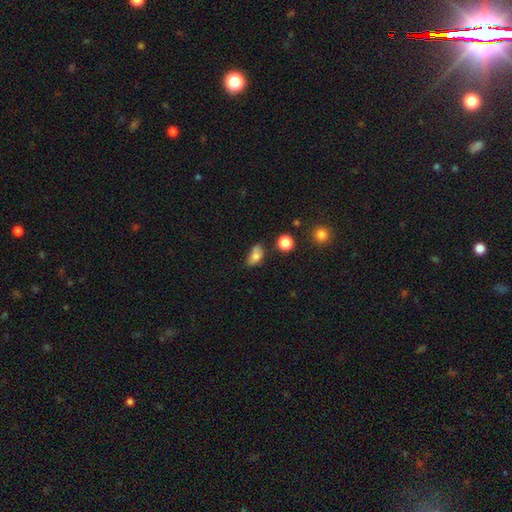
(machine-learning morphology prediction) This is likely a smooth galaxy (77%). How rounded: clearly in between (83%). Merging: possibly none (48%).